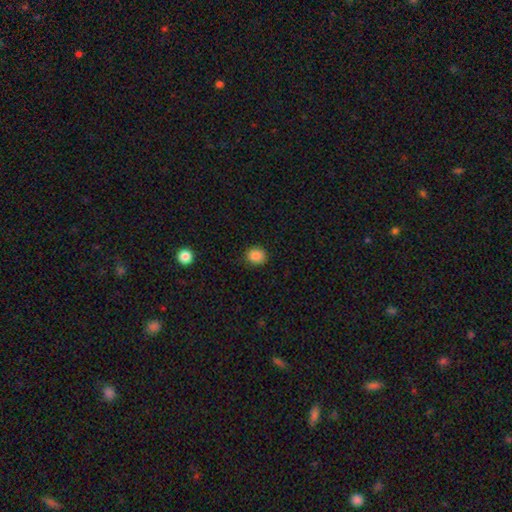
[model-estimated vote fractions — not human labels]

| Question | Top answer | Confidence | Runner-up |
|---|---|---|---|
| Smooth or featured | smooth | 87% | star or artifact (10%) |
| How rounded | round | 78% | in between (21%) |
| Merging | none | 89% | minor disturbance (8%) |